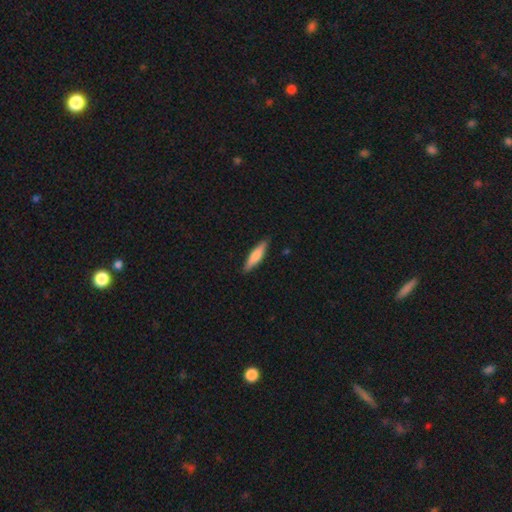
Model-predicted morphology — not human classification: Q: Smooth or featured?
A: smooth (70%); runner-up: featured or disk (25%)
Q: How rounded?
A: cigar-shaped (80%); runner-up: in between (19%)
Q: Merging?
A: none (89%); runner-up: minor disturbance (8%)